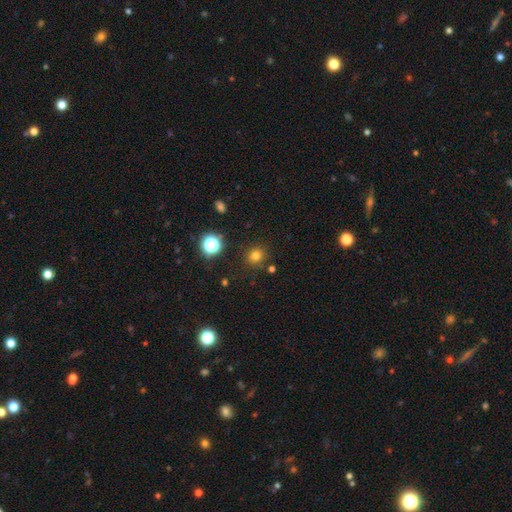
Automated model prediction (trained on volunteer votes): Smooth or featured? smooth (76%)
How rounded? round (88%)
Merging? none (87%)